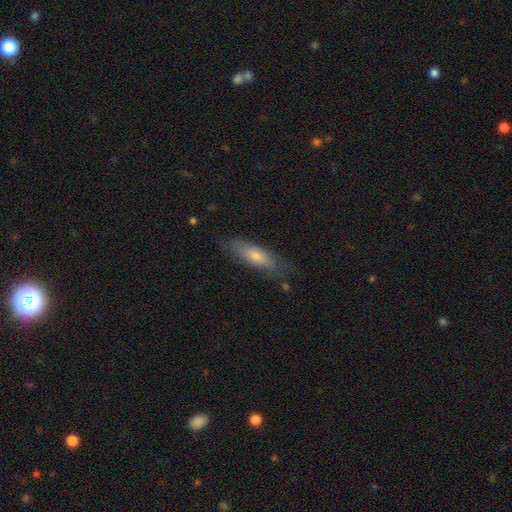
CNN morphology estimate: This is likely a smooth galaxy (64%). How rounded: possibly cigar-shaped (56%). Merging: likely none (73%).